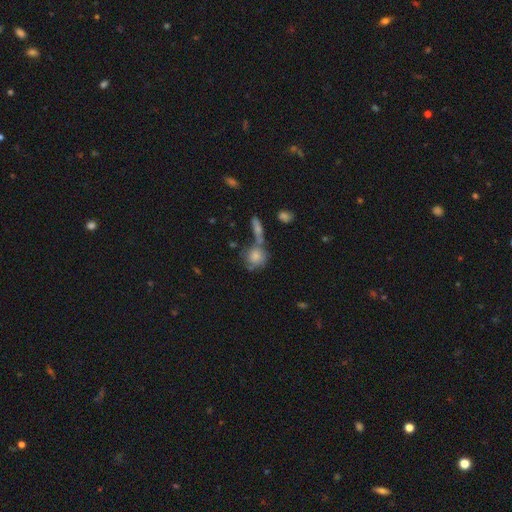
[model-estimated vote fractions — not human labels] smooth 68%, featured or disk 23%, star or artifact 9%. Down the decision tree: how rounded — round (77%); merging — none (43%).